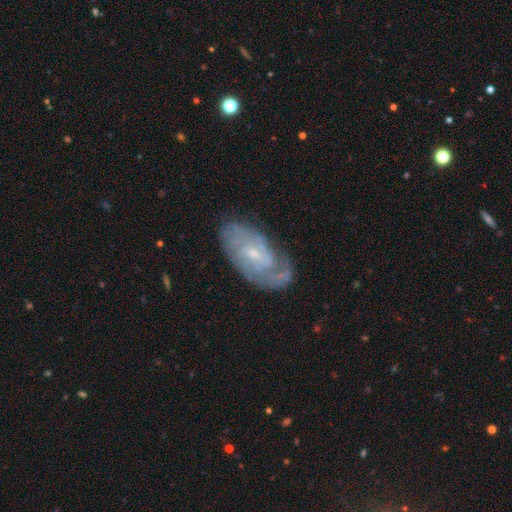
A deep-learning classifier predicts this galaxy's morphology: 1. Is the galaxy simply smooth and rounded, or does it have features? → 80% featured or disk, 12% smooth, 8% star or artifact.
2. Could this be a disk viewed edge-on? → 95% no, 5% yes.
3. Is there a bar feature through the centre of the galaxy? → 51% no, 40% weak, 9% strong.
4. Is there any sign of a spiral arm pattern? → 94% yes, 6% no.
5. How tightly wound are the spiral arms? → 59% tight, 32% medium, 9% loose.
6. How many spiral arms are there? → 45% 2, 28% can't tell, 12% 3, 7% 1, 4% 4, 4% more than 4.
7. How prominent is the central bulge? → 74% small, 20% moderate, 4% none, 1% large, 1% dominant.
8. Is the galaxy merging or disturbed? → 72% none, 19% minor disturbance, 7% major disturbance, 2% merger.